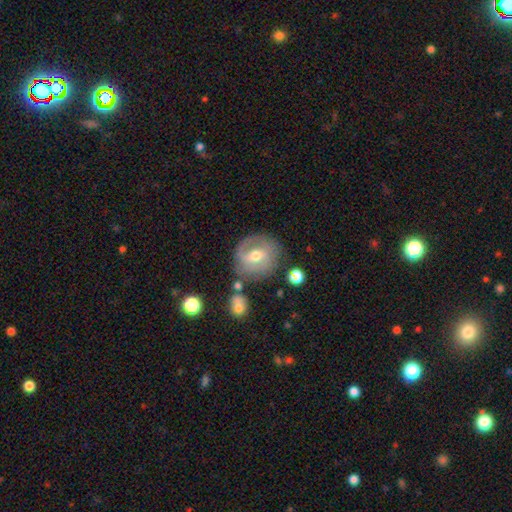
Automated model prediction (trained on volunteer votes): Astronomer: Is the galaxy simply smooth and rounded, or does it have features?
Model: featured or disk — 56% (runner-up: smooth, 36%).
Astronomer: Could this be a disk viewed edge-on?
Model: no — 95%.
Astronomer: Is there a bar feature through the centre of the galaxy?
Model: weak — 47% (runner-up: no, 30%).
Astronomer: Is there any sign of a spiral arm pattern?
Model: yes — 66%.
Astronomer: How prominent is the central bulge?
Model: moderate — 66%.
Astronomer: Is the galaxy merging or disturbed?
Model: none — 67%.